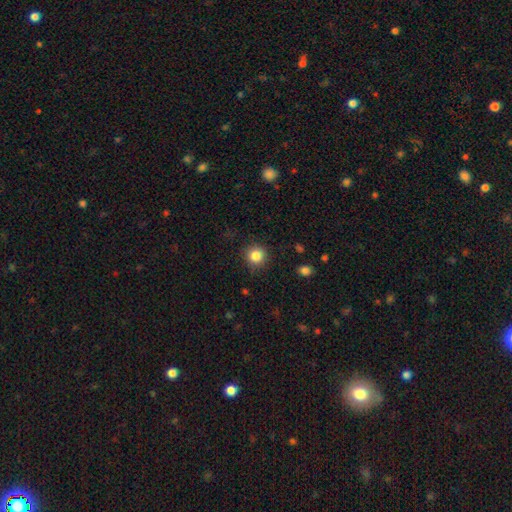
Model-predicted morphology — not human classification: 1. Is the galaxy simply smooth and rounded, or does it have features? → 85% smooth, 11% star or artifact, 5% featured or disk.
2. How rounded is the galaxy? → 93% round, 6% in between, 1% cigar-shaped.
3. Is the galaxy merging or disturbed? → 88% none, 8% minor disturbance, 3% major disturbance, 1% merger.